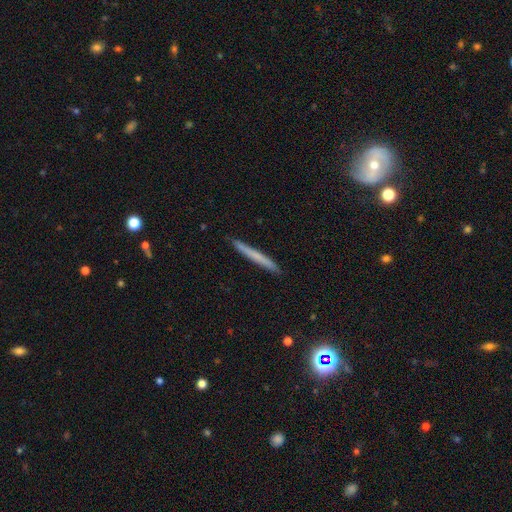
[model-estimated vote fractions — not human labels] The model was most divided on "smooth or featured": smooth: 61%, featured or disk: 32%, star or artifact: 7%. More confident: how rounded — cigar-shaped (97%); merging — none (92%).